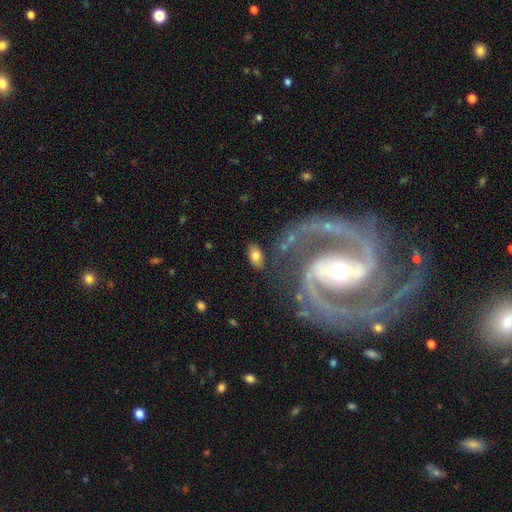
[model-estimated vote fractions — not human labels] smooth_or_featured: smooth (p=0.73) [alt: featured or disk p=0.20]
how_rounded: in between (p=0.92) [alt: round p=0.06]
merging: none (p=0.75) [alt: minor disturbance p=0.13]